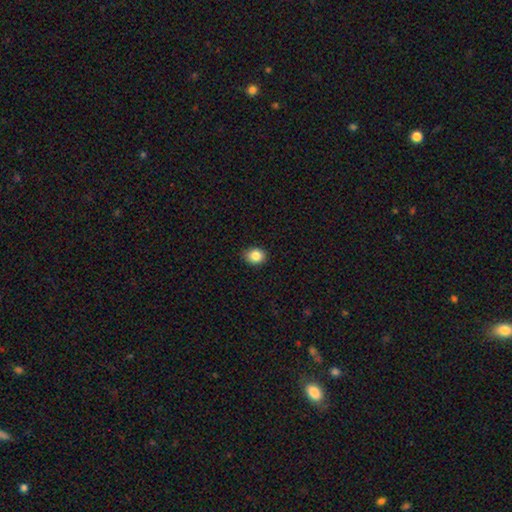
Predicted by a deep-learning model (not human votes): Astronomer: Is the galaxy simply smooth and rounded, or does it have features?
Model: smooth — 85%.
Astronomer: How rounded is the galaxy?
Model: round — 61% (runner-up: in between, 38%).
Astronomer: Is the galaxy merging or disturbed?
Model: none — 88%.